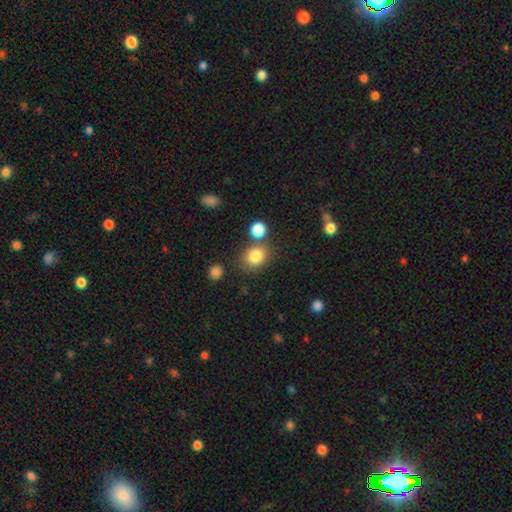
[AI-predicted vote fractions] This appears to be a smooth galaxy with no disk features (82%) that is round (68%). Merging: none (71%).